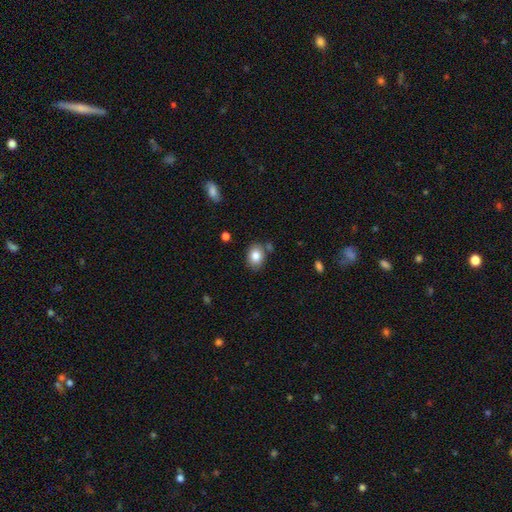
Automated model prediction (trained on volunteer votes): The model was most divided on "how rounded": in between: 68%, round: 31%, cigar-shaped: 1%. More confident: smooth or featured — smooth (83%); merging — none (77%).